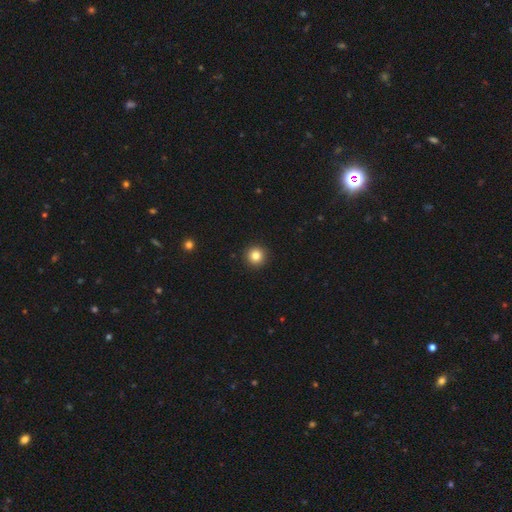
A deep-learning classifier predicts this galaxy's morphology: The model was most divided on "smooth or featured": smooth: 83%, star or artifact: 11%, featured or disk: 6%. More confident: how rounded — round (96%); merging — none (93%).